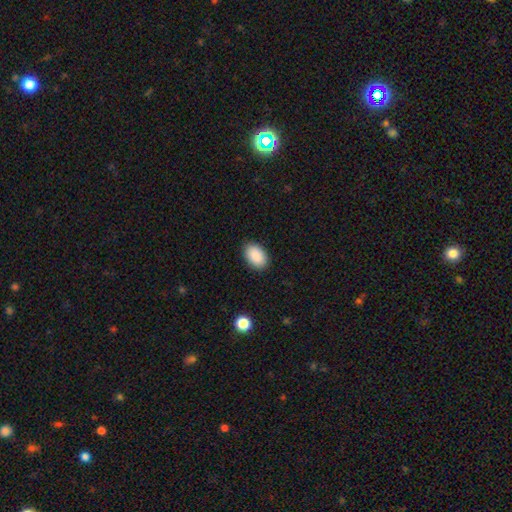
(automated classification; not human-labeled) Smooth or featured? smooth (90%)
How rounded? in between (91%)
Merging? none (88%)